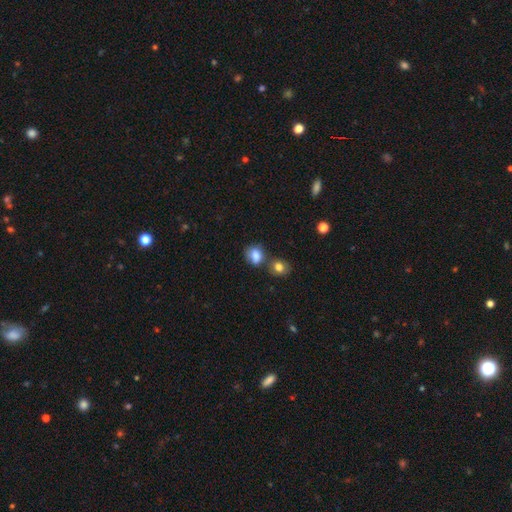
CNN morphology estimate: This appears to be a smooth galaxy with no disk features (80%) that is in between round and cigar-shaped (57%). Merging: none (50%).